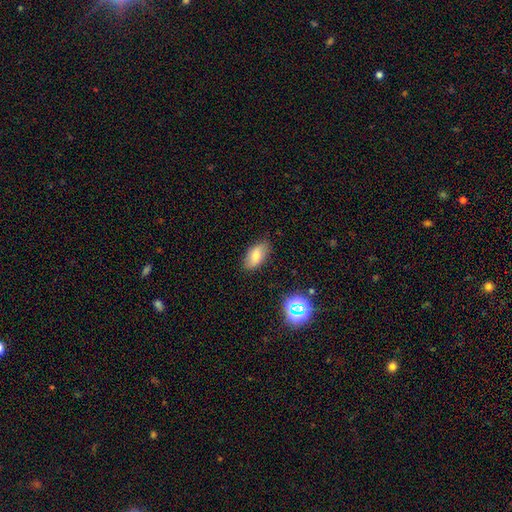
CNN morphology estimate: Smooth or featured? Predicted: smooth (p=0.70). How rounded? Predicted: in between (p=0.92). Merging? Predicted: none (p=0.82).